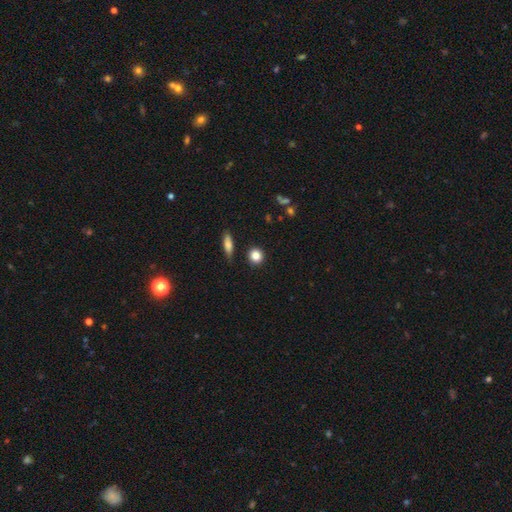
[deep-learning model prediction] Smooth or featured?
  - smooth: 85% *
  - star or artifact: 10%
  - featured or disk: 6%
How rounded?
  - round: 88% *
  - in between: 10%
  - cigar-shaped: 2%
Merging?
  - none: 88% *
  - minor disturbance: 7%
  - merger: 2%
  - major disturbance: 2%